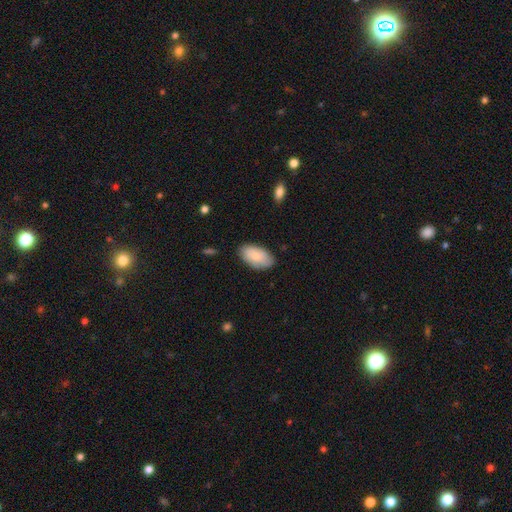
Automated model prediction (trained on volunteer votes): smooth 84%, featured or disk 10%, star or artifact 6%. Down the decision tree: how rounded — in between (95%); merging — none (82%).